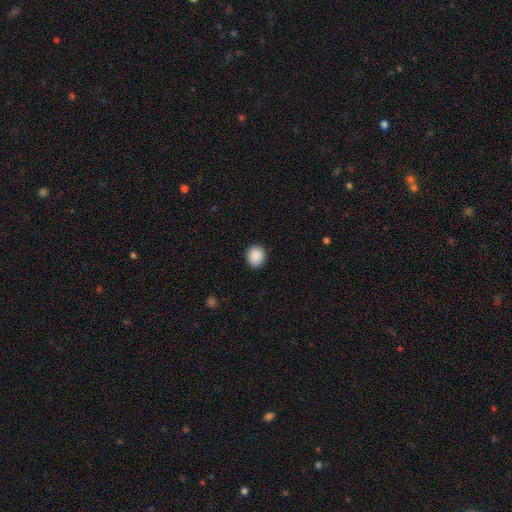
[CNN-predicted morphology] smooth 90%, star or artifact 8%, featured or disk 3%. Down the decision tree: how rounded — round (72%); merging — none (91%).